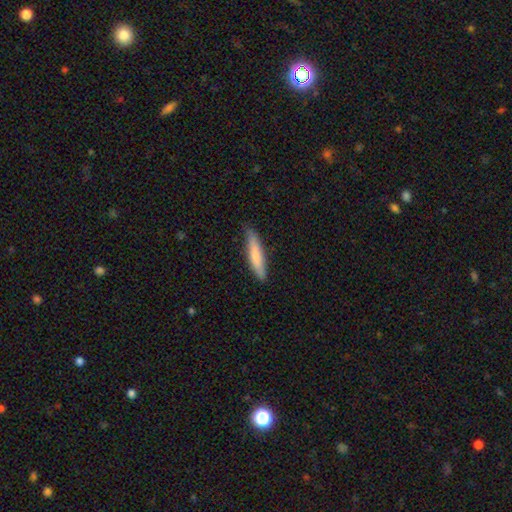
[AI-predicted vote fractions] This is likely a smooth galaxy (76%). How rounded: clearly cigar-shaped (88%). Merging: clearly none (83%).